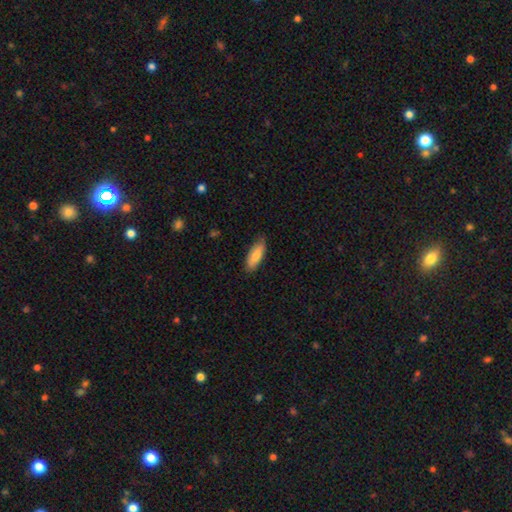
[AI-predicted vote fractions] Q: Smooth or featured?
A: smooth (80%); runner-up: featured or disk (14%)
Q: How rounded?
A: in between (66%); runner-up: cigar-shaped (32%)
Q: Merging?
A: none (79%); runner-up: minor disturbance (18%)